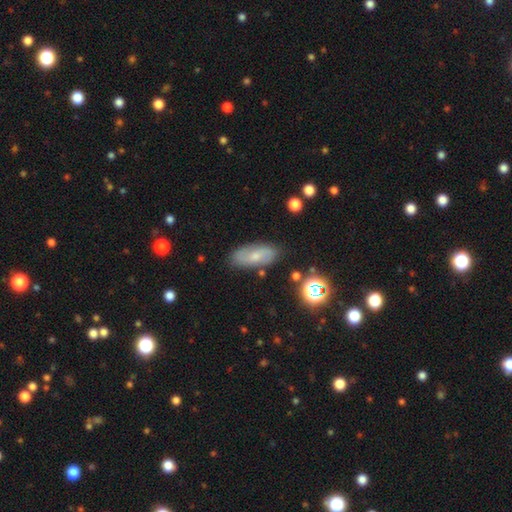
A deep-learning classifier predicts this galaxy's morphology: Smooth or featured?
  - smooth: 56% *
  - featured or disk: 34%
  - star or artifact: 10%
How rounded?
  - in between: 81% *
  - cigar-shaped: 15%
  - round: 4%
Merging?
  - none: 81% *
  - minor disturbance: 13%
  - major disturbance: 3%
  - merger: 3%